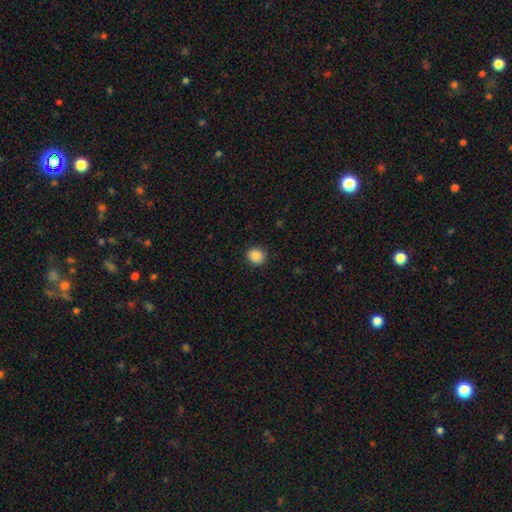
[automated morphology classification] A smooth galaxy with no disk features (88%) that is round (77%).

Vote fractions:
- Smooth or featured? smooth: 88% / star or artifact: 9% / featured or disk: 3%
- How rounded? round: 77% / in between: 22% / cigar-shaped: 1%
- Merging? none: 90% / minor disturbance: 7% / major disturbance: 2% / merger: 1%